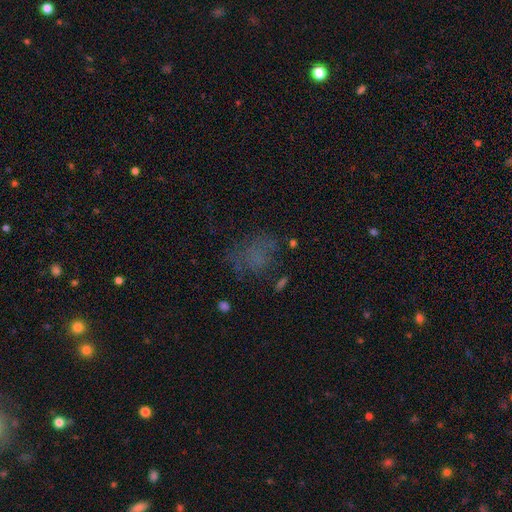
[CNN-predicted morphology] smooth 49%, featured or disk 25%, star or artifact 25%. Down the decision tree: merging — none (49%).